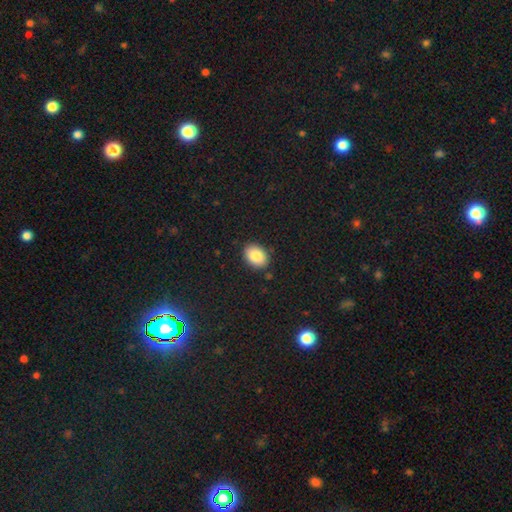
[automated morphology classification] Smooth or featured? Predicted: smooth (p=0.86). How rounded? Predicted: in between (p=0.79). Merging? Predicted: none (p=0.87).